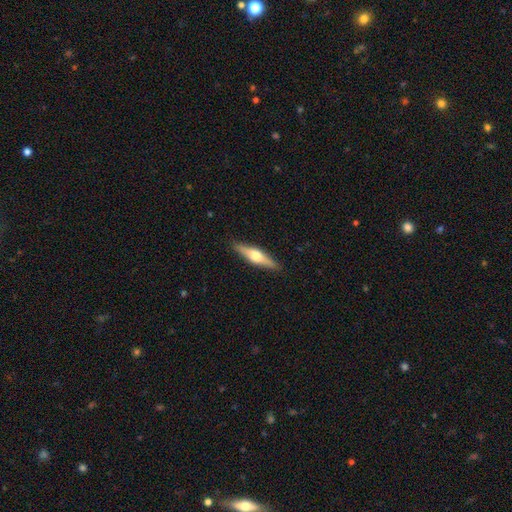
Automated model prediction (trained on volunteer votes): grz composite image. It shows a featured or disk galaxy (58%) viewed edge-on (95%) with a rounded central bulge (94%). Merging: none (90%).